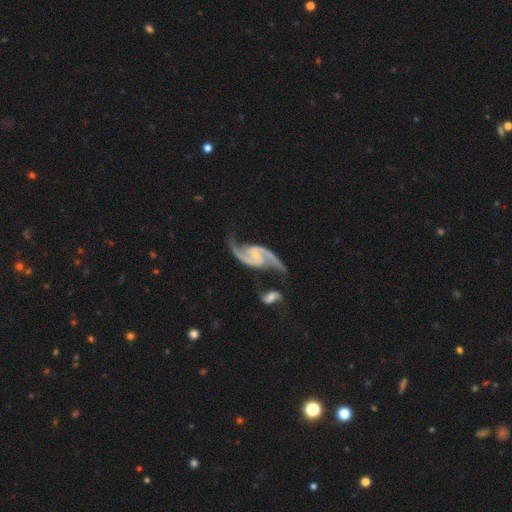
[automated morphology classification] Overall: featured or disk (94%). Edge-on disk: no (98%). Bar: weak (45%; no 37%). Spiral arms: yes (98%). Spiral arm count: 2 (94%). Spiral winding: medium (46%; loose 43%). Bulge size: small (62%). Merging: none (53%; merger 19%).